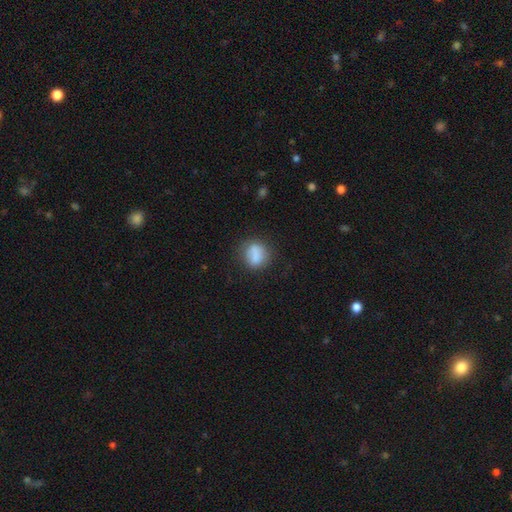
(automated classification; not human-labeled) This appears to be a smooth galaxy with no disk features (77%) that is round (62%). Merging: none (67%).